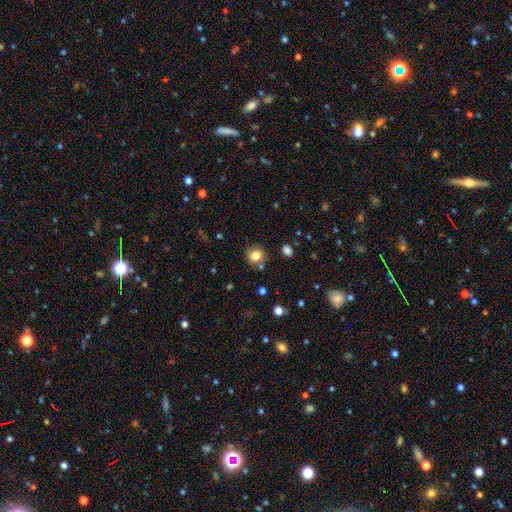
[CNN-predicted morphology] smooth 81%, star or artifact 12%, featured or disk 8%. Down the decision tree: how rounded — round (85%); merging — none (78%).